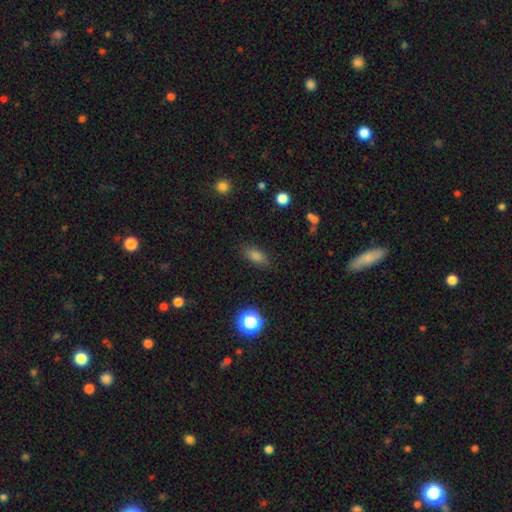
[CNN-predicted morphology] smooth-or-featured: smooth: 78% | star or artifact: 13% | featured or disk: 8%
  how-rounded: in between: 79% | cigar-shaped: 14% | round: 8%
  merging: none: 85% | minor disturbance: 11% | major disturbance: 3% | merger: 2%